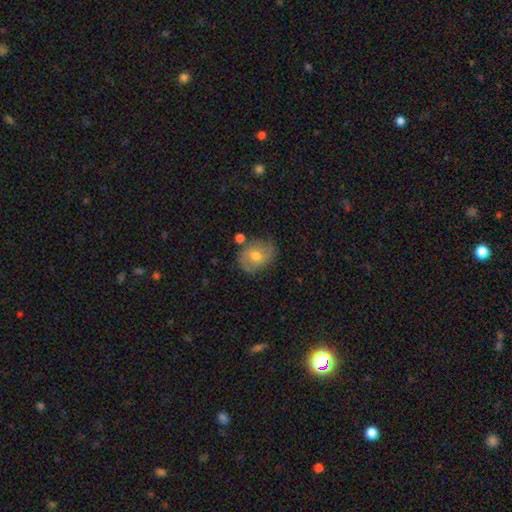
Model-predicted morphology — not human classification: A smooth galaxy with no disk features (52%) that is in between round and cigar-shaped (52%). Merging: none (64%).